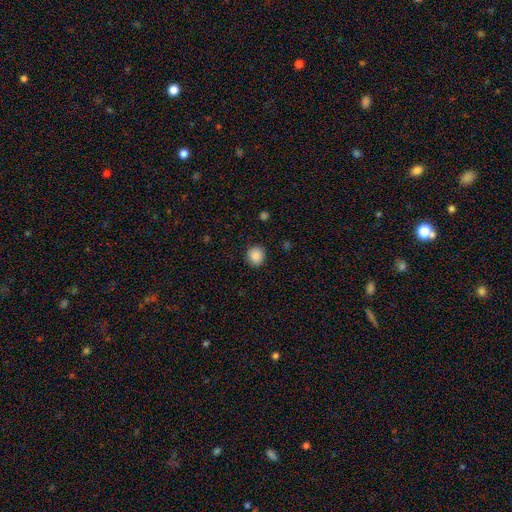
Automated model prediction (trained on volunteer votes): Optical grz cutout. It shows a smooth galaxy with no disk features (88%) that is round (86%). Merging: none (89%).